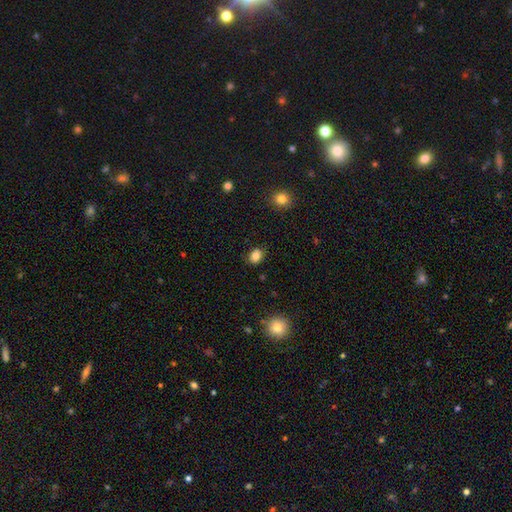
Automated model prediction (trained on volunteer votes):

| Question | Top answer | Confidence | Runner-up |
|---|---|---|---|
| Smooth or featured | smooth | 85% | star or artifact (10%) |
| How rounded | in between | 60% | round (39%) |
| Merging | none | 85% | minor disturbance (11%) |